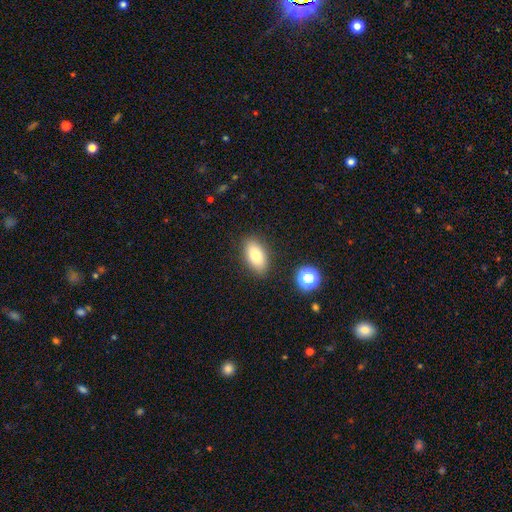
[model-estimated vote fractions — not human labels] A smooth galaxy with no disk features (79%) that is in between round and cigar-shaped (89%). Merging: none (85%).